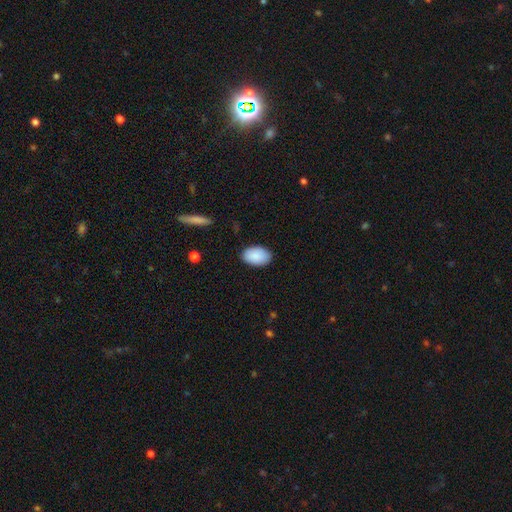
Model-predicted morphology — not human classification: A smooth galaxy with no disk features (90%) that is in between round and cigar-shaped (92%).

Vote fractions:
- Smooth or featured? smooth: 90% / star or artifact: 6% / featured or disk: 4%
- How rounded? in between: 92% / round: 7% / cigar-shaped: 1%
- Merging? none: 87% / minor disturbance: 10% / major disturbance: 2% / merger: 1%